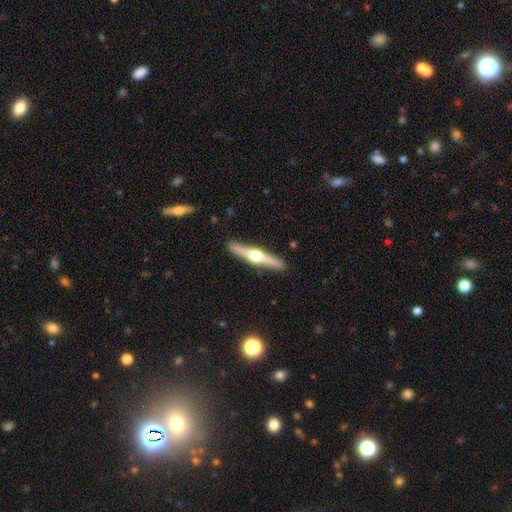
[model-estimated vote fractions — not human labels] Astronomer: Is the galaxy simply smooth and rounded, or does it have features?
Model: featured or disk — 76%.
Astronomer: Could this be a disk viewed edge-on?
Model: yes — 98%.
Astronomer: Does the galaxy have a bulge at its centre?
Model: rounded — 96%.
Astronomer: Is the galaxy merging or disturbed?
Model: none — 91%.